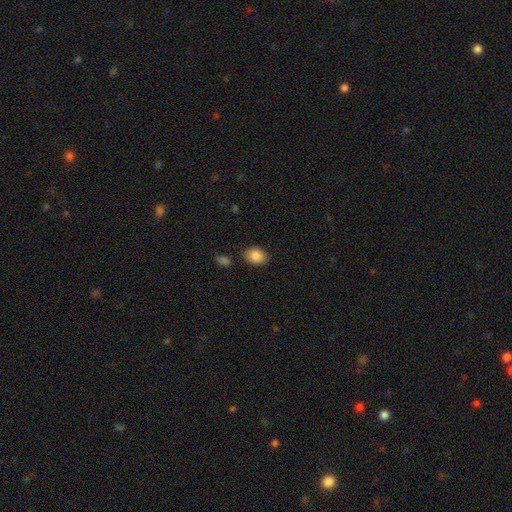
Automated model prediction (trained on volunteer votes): smooth-or-featured: smooth: 88% | star or artifact: 8% | featured or disk: 4%
  how-rounded: in between: 66% | round: 33% | cigar-shaped: 1%
  merging: none: 81% | minor disturbance: 12% | merger: 4% | major disturbance: 3%